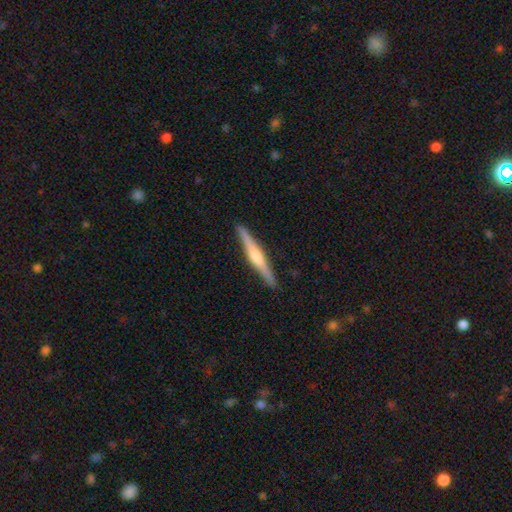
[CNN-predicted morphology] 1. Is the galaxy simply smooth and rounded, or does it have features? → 72% featured or disk, 23% smooth, 5% star or artifact.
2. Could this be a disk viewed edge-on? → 98% yes, 2% no.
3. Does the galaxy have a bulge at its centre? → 80% rounded, 12% boxy, 8% none.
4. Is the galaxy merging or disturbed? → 92% none, 6% minor disturbance, 1% major disturbance, 1% merger.